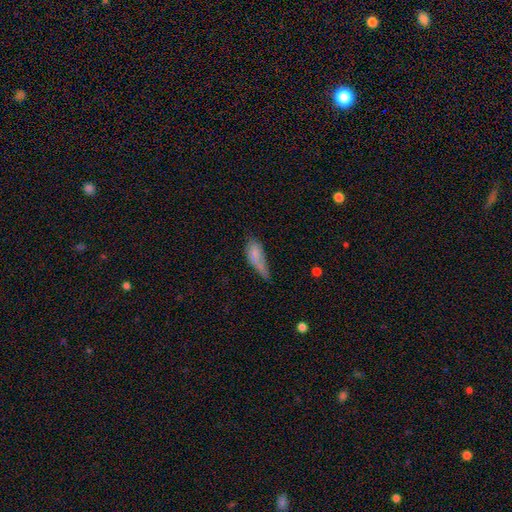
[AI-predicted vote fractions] This is likely a smooth galaxy (68%). How rounded: likely in between (71%). Merging: marginally minor disturbance (33%).